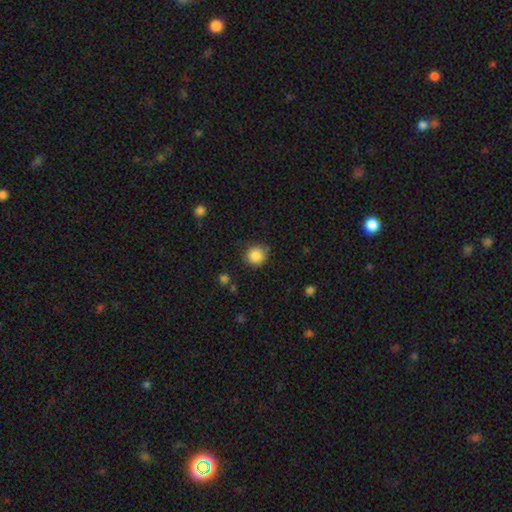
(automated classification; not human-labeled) This appears to be a smooth galaxy with no disk features (87%) that is round (87%). Merging: none (82%).